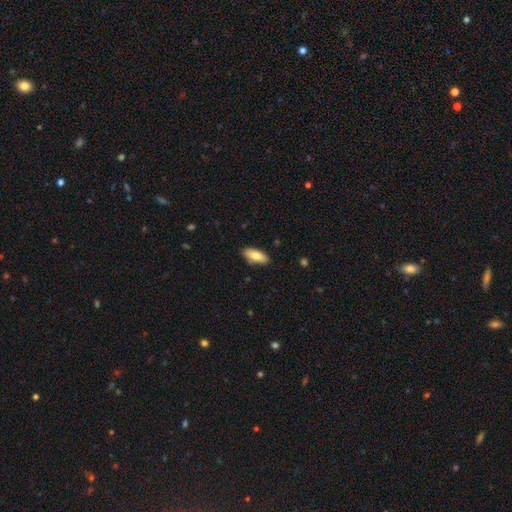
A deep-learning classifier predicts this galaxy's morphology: The model was most divided on "smooth or featured": smooth: 78%, featured or disk: 16%, star or artifact: 6%. More confident: merging — none (86%); how rounded — in between (84%).